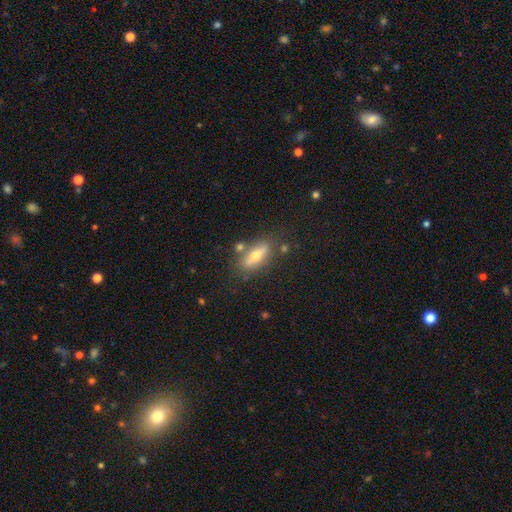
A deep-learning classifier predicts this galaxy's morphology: Q: Smooth or featured?
A: smooth (51%); runner-up: featured or disk (40%)
Q: How rounded?
A: in between (60%); runner-up: cigar-shaped (36%)
Q: Merging?
A: none (75%); runner-up: minor disturbance (13%)